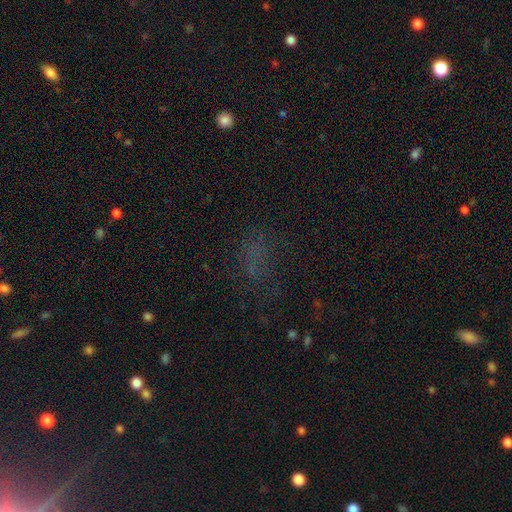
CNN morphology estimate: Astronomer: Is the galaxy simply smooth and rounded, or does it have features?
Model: smooth — 43% (runner-up: star or artifact, 40%).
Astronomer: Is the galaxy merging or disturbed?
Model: none — 58%.